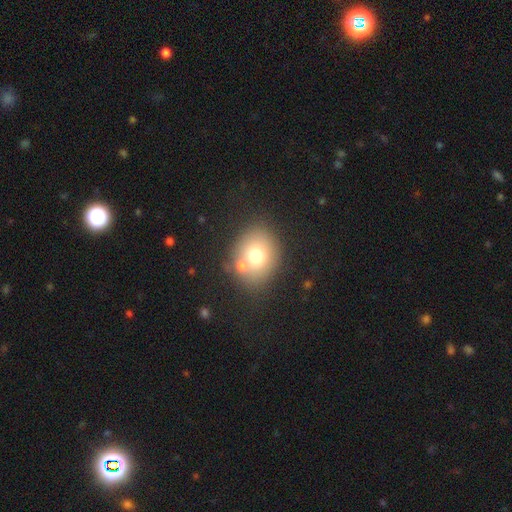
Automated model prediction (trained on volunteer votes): smooth-or-featured: smooth: 71% | featured or disk: 17% | star or artifact: 12%
  how-rounded: round: 57% | in between: 42% | cigar-shaped: 1%
  merging: none: 64% | merger: 20% | minor disturbance: 12% | major disturbance: 5%